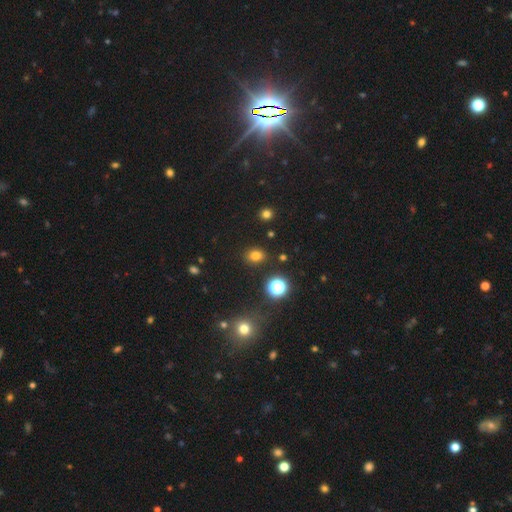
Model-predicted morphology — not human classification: Smooth or featured? Predicted: smooth (p=0.75). How rounded? Predicted: in between (p=0.54). Merging? Predicted: none (p=0.86).